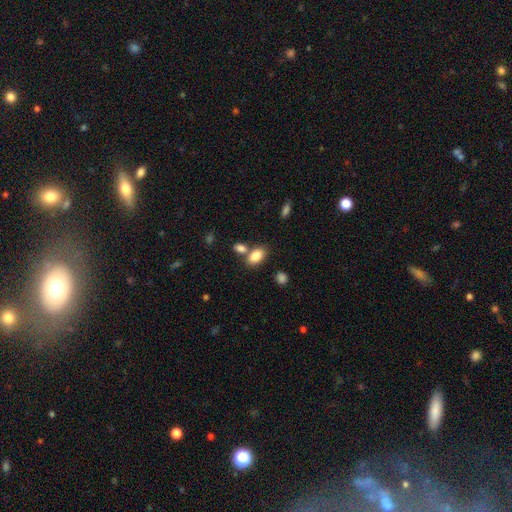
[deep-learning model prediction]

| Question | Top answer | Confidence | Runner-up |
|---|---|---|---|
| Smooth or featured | smooth | 85% | star or artifact (8%) |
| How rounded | in between | 88% | round (10%) |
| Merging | none | 58% | merger (28%) |